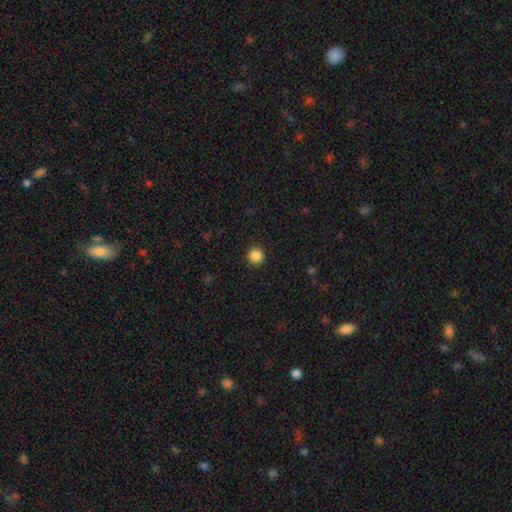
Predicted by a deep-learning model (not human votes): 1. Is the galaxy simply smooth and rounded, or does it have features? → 87% smooth, 10% star or artifact, 3% featured or disk.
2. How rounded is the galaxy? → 96% round, 3% in between, 1% cigar-shaped.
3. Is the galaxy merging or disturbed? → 93% none, 4% minor disturbance, 2% major disturbance, 1% merger.